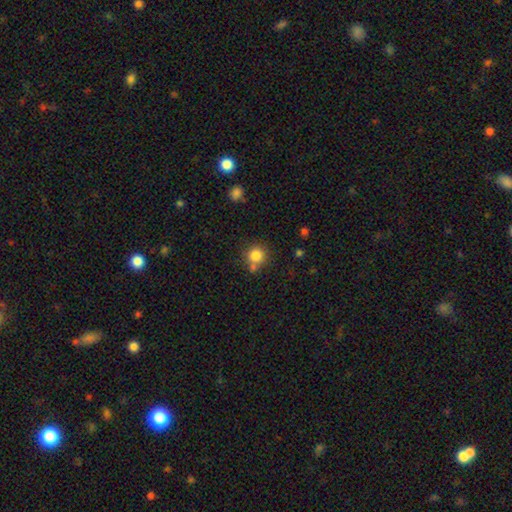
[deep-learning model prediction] Q: Smooth or featured?
A: smooth (83%); runner-up: star or artifact (11%)
Q: How rounded?
A: round (92%); runner-up: in between (7%)
Q: Merging?
A: none (68%); runner-up: merger (16%)